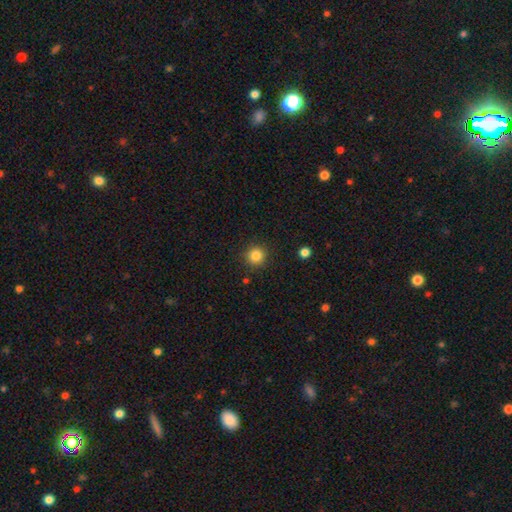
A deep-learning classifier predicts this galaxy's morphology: smooth-or-featured: smooth: 84% | star or artifact: 11% | featured or disk: 5%
  how-rounded: round: 94% | in between: 5% | cigar-shaped: 1%
  merging: none: 90% | minor disturbance: 6% | major disturbance: 2% | merger: 1%